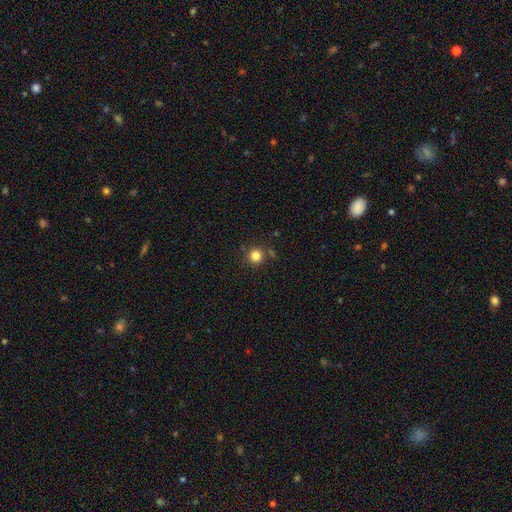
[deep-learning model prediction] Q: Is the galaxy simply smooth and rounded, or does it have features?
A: smooth — 83%.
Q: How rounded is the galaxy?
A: round — 94%.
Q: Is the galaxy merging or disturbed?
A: none — 83%.